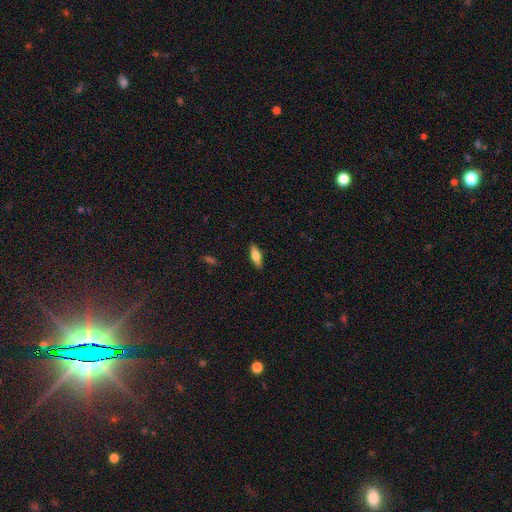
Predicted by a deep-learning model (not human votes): Smooth or featured? smooth (62%)
How rounded? in between (56%)
Merging? none (88%)